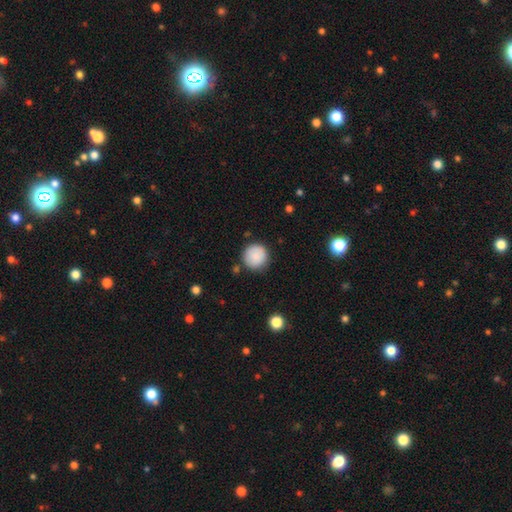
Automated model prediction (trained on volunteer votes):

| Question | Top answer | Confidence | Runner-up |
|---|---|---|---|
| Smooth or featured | smooth | 87% | star or artifact (8%) |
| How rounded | round | 95% | in between (4%) |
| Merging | none | 86% | minor disturbance (10%) |